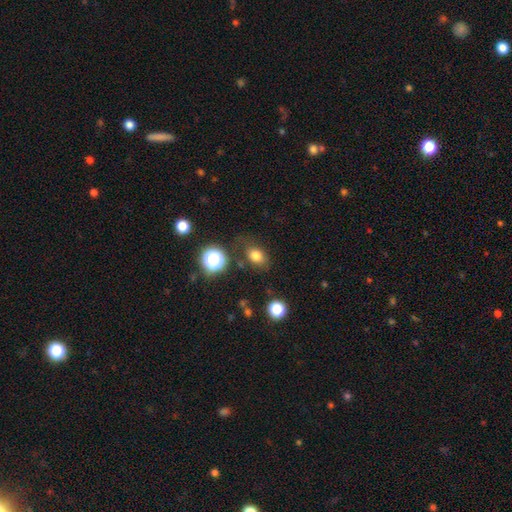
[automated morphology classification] smooth 78%, star or artifact 14%, featured or disk 8%. Down the decision tree: how rounded — in between (66%); merging — none (74%).